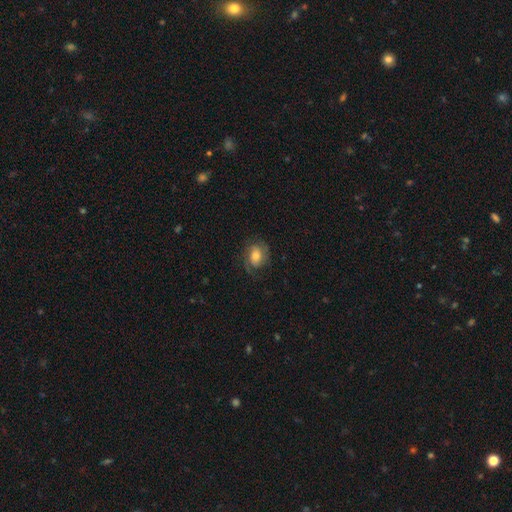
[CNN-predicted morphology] Q: Smooth or featured?
A: featured or disk (53%); runner-up: smooth (38%)
Q: Edge-on disk?
A: no (96%); runner-up: yes (4%)
Q: Bar?
A: no (61%); runner-up: weak (31%)
Q: Spiral arms?
A: yes (86%); runner-up: no (14%)
Q: Bulge size?
A: moderate (55%); runner-up: small (25%)
Q: Merging?
A: none (69%); runner-up: minor disturbance (18%)